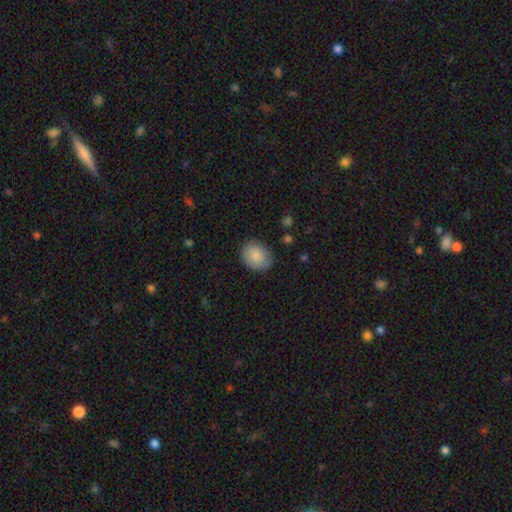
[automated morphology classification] This appears to be a smooth galaxy with no disk features (87%) that is round (50%). Merging: none (83%).